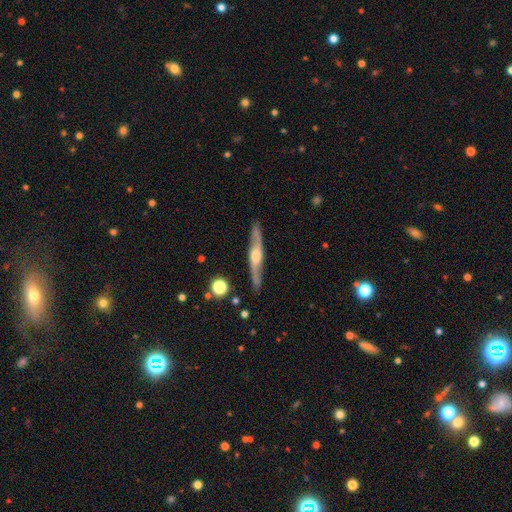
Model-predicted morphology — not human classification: Smooth or featured? featured or disk (73%)
Edge-on disk? yes (81%)
Edge-on bulge? rounded (85%)
Merging? none (85%)